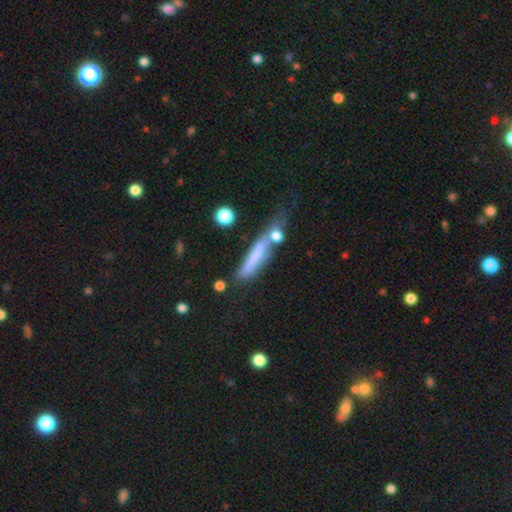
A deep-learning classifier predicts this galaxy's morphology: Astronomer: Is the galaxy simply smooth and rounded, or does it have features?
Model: smooth — 63%.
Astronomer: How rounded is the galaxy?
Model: cigar-shaped — 85%.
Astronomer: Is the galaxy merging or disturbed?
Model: none — 49%.